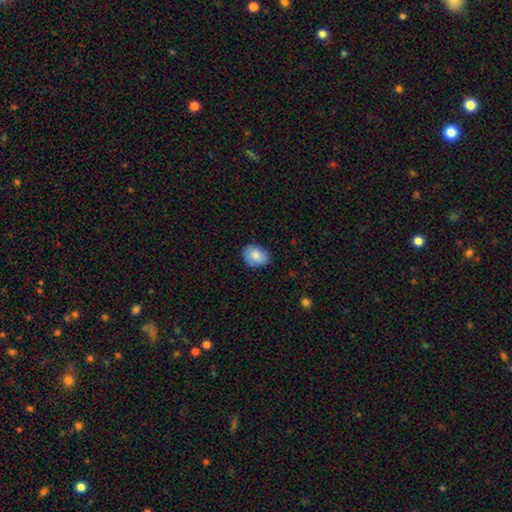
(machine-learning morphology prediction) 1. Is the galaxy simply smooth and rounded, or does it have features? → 84% smooth, 9% featured or disk, 7% star or artifact.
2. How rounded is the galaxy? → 59% in between, 40% round, 1% cigar-shaped.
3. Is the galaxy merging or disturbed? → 80% none, 16% minor disturbance, 3% major disturbance, 1% merger.